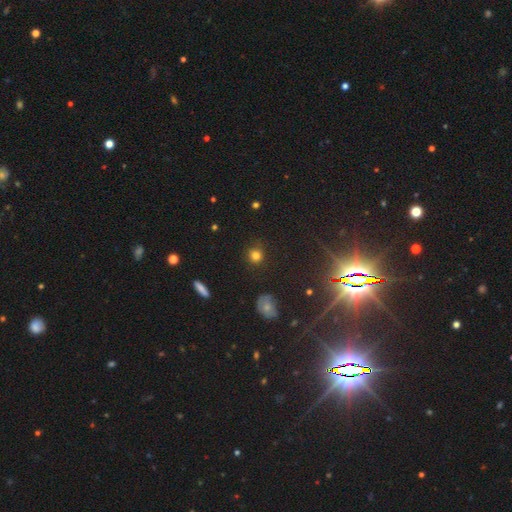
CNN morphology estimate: A smooth galaxy with no disk features (79%) that is round (90%). Merging: none (85%).